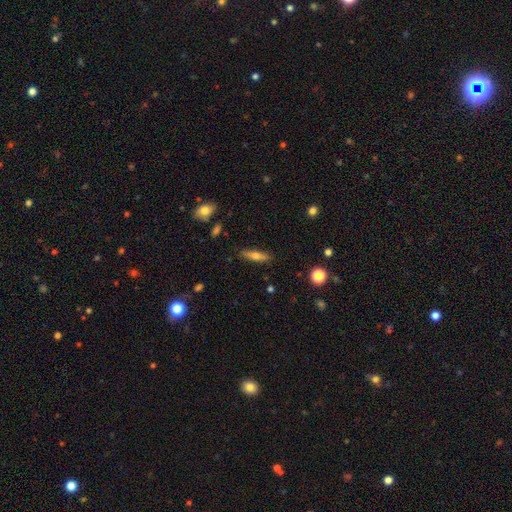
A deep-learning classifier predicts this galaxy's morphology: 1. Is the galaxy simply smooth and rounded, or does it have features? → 59% smooth, 33% featured or disk, 7% star or artifact.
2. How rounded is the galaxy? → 71% cigar-shaped, 27% in between, 3% round.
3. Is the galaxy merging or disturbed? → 86% none, 10% minor disturbance, 2% major disturbance, 2% merger.